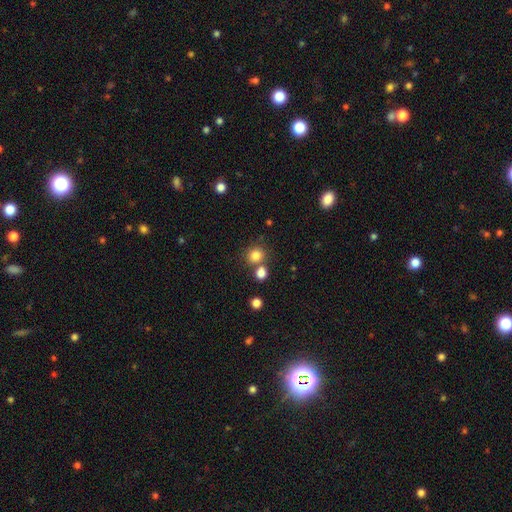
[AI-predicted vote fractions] smooth_or_featured: smooth (p=0.81) [alt: star or artifact p=0.13]
how_rounded: round (p=0.84) [alt: in between p=0.15]
merging: none (p=0.65) [alt: merger p=0.23]